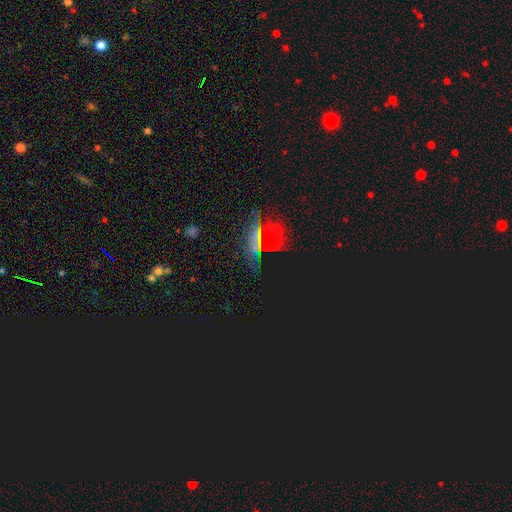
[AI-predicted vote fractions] smooth-or-featured: star or artifact: 61% | smooth: 20% | featured or disk: 19%